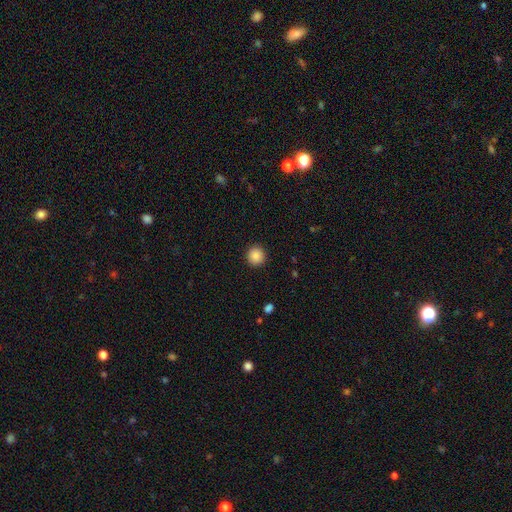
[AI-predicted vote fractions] Overall: smooth (87%). How rounded: round (93%). Merging: none (92%).